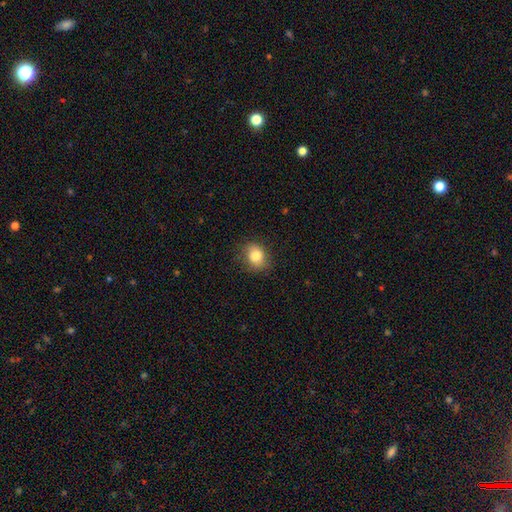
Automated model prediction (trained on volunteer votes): smooth-or-featured: smooth: 82% | star or artifact: 10% | featured or disk: 8%
  how-rounded: round: 57% | in between: 42% | cigar-shaped: 1%
  merging: none: 81% | minor disturbance: 15% | major disturbance: 4% | merger: 1%